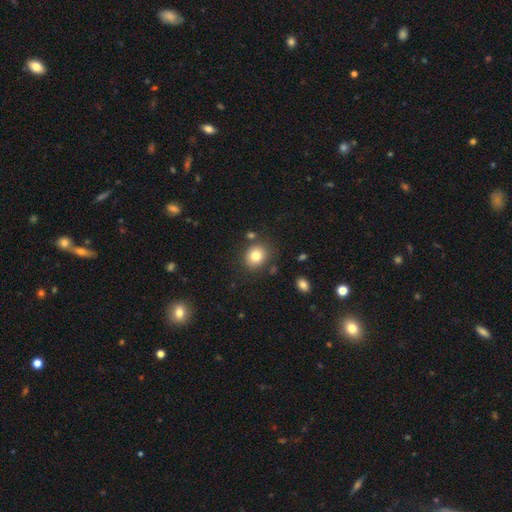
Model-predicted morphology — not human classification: This appears to be a smooth galaxy with no disk features (81%) that is round (68%). Merging: none (80%).